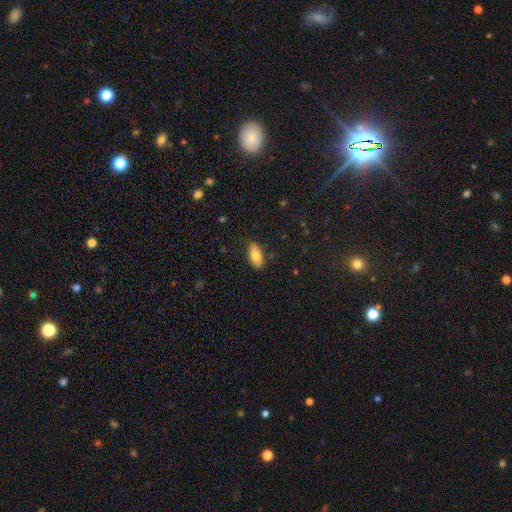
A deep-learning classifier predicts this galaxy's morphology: Q: Smooth or featured?
A: smooth (79%); runner-up: featured or disk (14%)
Q: How rounded?
A: in between (92%); runner-up: cigar-shaped (5%)
Q: Merging?
A: none (84%); runner-up: minor disturbance (12%)